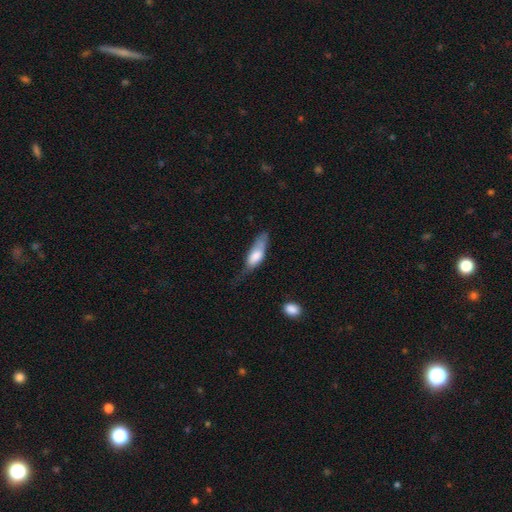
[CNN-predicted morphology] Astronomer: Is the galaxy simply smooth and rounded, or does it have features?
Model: smooth — 69%.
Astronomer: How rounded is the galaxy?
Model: in between — 56% (runner-up: cigar-shaped, 41%).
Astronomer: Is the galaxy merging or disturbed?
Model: minor disturbance — 38% (runner-up: none, 33%).